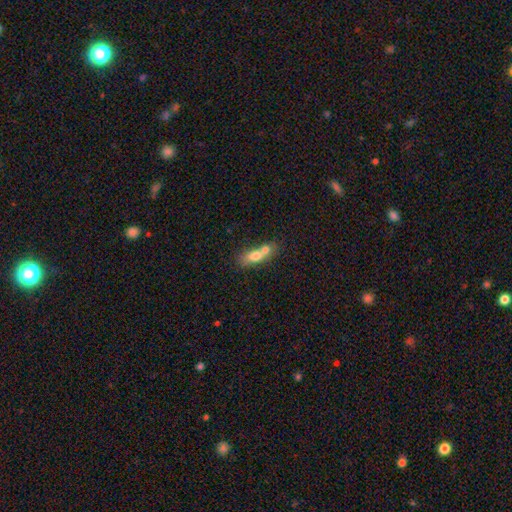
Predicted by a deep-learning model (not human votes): A smooth galaxy with no disk features (67%) that is in between round and cigar-shaped (62%).

Vote fractions:
- Smooth or featured? smooth: 67% / featured or disk: 24% / star or artifact: 9%
- How rounded? in between: 62% / cigar-shaped: 23% / round: 15%
- Merging? merger: 62% / none: 24% / minor disturbance: 9% / major disturbance: 5%